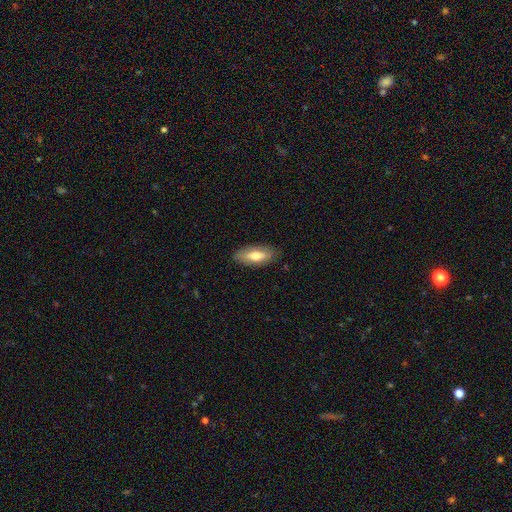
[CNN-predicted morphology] A smooth galaxy with no disk features (65%) that is in between round and cigar-shaped (80%).

Vote fractions:
- Smooth or featured? smooth: 65% / featured or disk: 29% / star or artifact: 6%
- How rounded? in between: 80% / cigar-shaped: 17% / round: 2%
- Merging? none: 83% / minor disturbance: 13% / major disturbance: 3% / merger: 1%